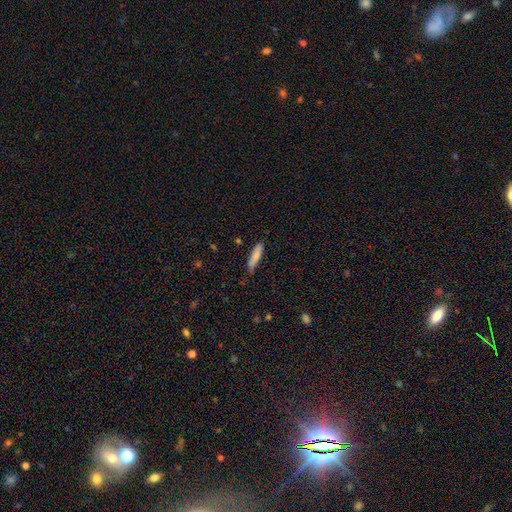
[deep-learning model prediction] This appears to be a smooth galaxy with no disk features (82%) that is cigar-shaped (79%). Merging: none (74%).